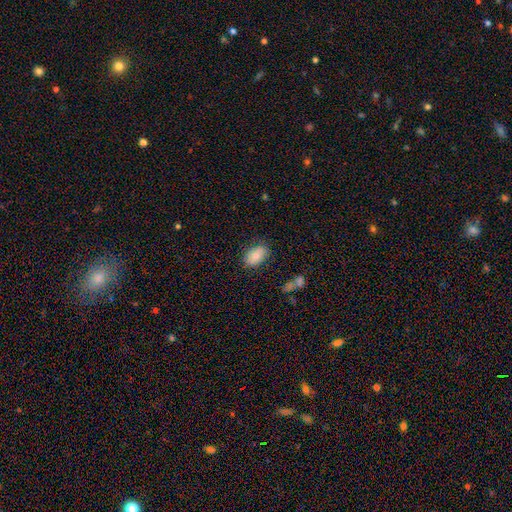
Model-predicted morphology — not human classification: Smooth or featured? Predicted: smooth (p=0.78). How rounded? Predicted: in between (p=0.87). Merging? Predicted: none (p=0.77).